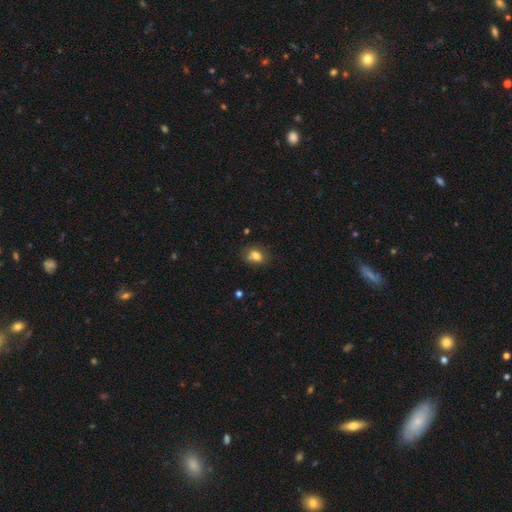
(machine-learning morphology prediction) A smooth galaxy with no disk features (76%) that is in between round and cigar-shaped (60%).

Vote fractions:
- Smooth or featured? smooth: 76% / featured or disk: 12% / star or artifact: 11%
- How rounded? in between: 60% / round: 39% / cigar-shaped: 1%
- Merging? none: 62% / minor disturbance: 20% / merger: 13% / major disturbance: 6%